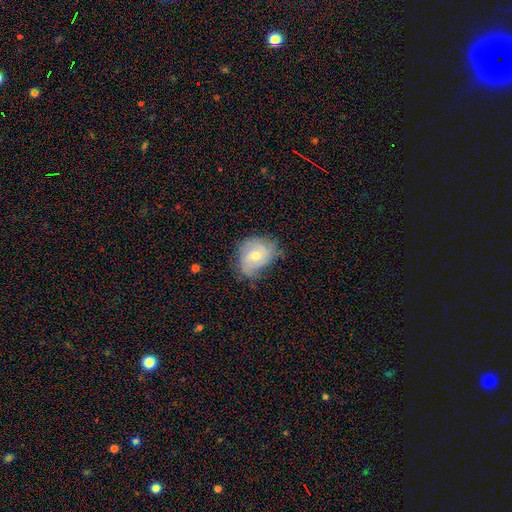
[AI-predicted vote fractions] featured or disk 52%, smooth 40%, star or artifact 8%. Down the decision tree: edge-on disk — no (96%); bar — no (68%); spiral arms — yes (78%); bulge size — moderate (53%); merging — none (57%).